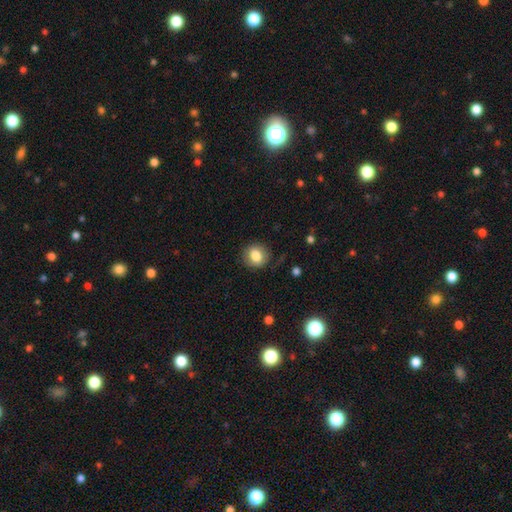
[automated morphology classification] Smooth or featured: smooth — 82% (featured or disk — 9%)
How rounded: round — 77% (in between — 22%)
Merging: none — 83% (minor disturbance — 12%)